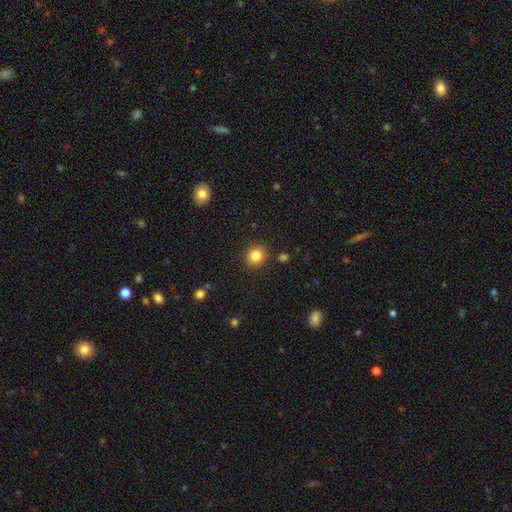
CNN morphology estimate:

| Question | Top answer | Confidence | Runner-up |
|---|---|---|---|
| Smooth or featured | smooth | 84% | star or artifact (11%) |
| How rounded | round | 81% | in between (18%) |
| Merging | none | 88% | minor disturbance (7%) |